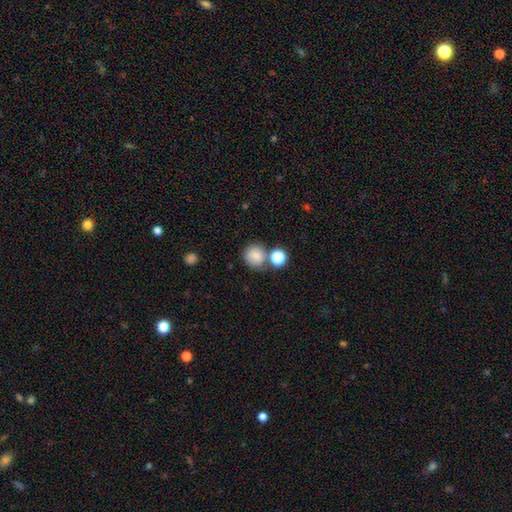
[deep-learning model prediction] Overall: smooth (77%). How rounded: round (86%). Merging: none (64%).